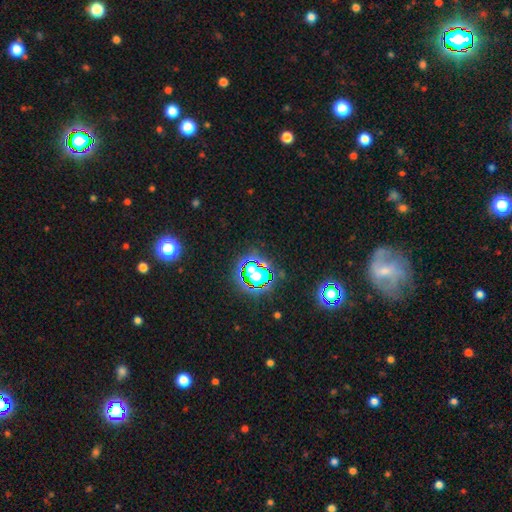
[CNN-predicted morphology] Overall: star or artifact (75%).